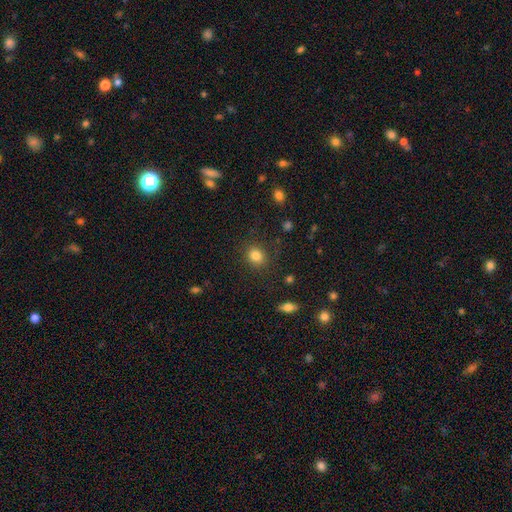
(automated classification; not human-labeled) This appears to be a smooth galaxy with no disk features (83%) that is round (67%). Merging: none (84%).